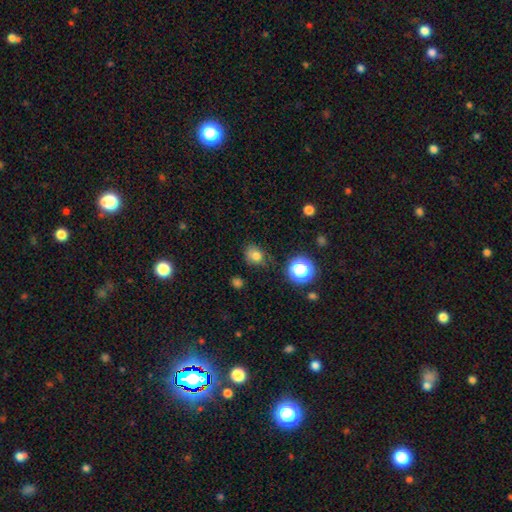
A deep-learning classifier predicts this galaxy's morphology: smooth 75%, star or artifact 17%, featured or disk 8%. Down the decision tree: how rounded — round (52%); merging — none (70%).